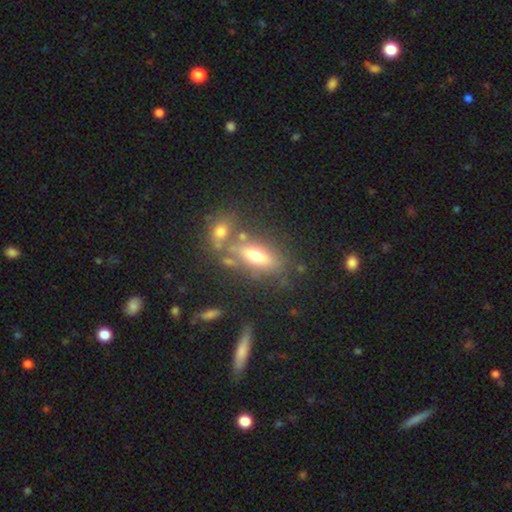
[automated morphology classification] Overall: smooth (57%; featured or disk 32%). How rounded: in between (69%). Merging: none (59%; merger 20%).